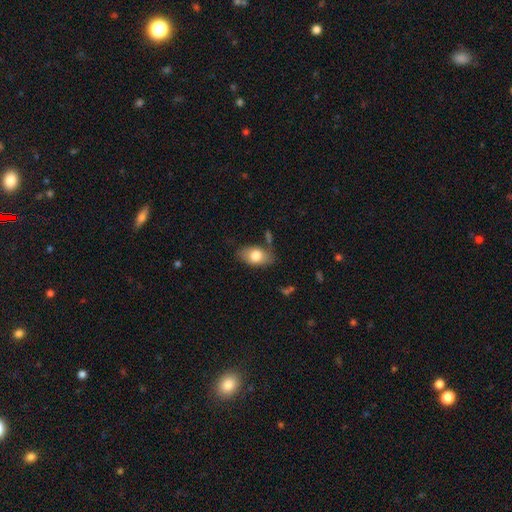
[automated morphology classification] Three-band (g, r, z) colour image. It shows a smooth galaxy with no disk features (77%) that is in between round and cigar-shaped (91%). Merging: none (71%).